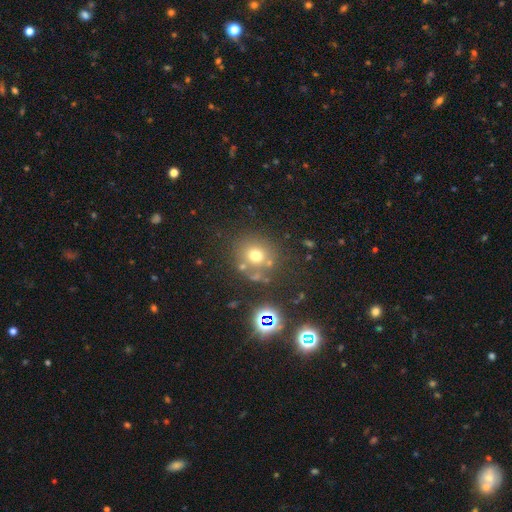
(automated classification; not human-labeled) A smooth galaxy with no disk features (66%) that is round (85%).

Vote fractions:
- Smooth or featured? smooth: 66% / star or artifact: 21% / featured or disk: 13%
- How rounded? round: 85% / in between: 14% / cigar-shaped: 1%
- Merging? none: 70% / minor disturbance: 12% / merger: 11% / major disturbance: 7%